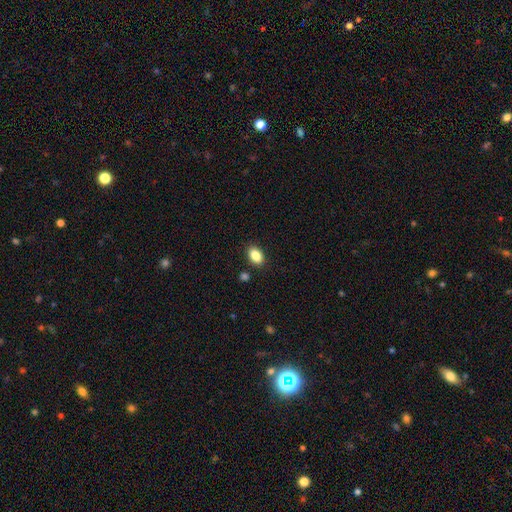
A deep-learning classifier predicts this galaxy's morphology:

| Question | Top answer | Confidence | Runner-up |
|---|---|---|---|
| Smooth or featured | smooth | 86% | star or artifact (9%) |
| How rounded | in between | 87% | round (12%) |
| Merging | none | 86% | minor disturbance (9%) |